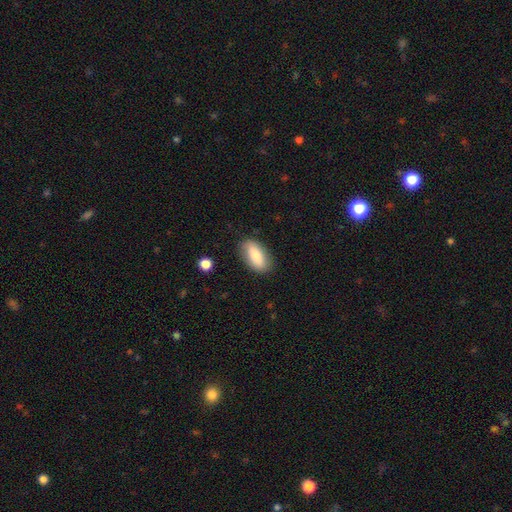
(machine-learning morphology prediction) smooth-or-featured: smooth: 77% | featured or disk: 16% | star or artifact: 6%
  how-rounded: in between: 87% | cigar-shaped: 10% | round: 3%
  merging: none: 84% | minor disturbance: 12% | major disturbance: 3% | merger: 1%